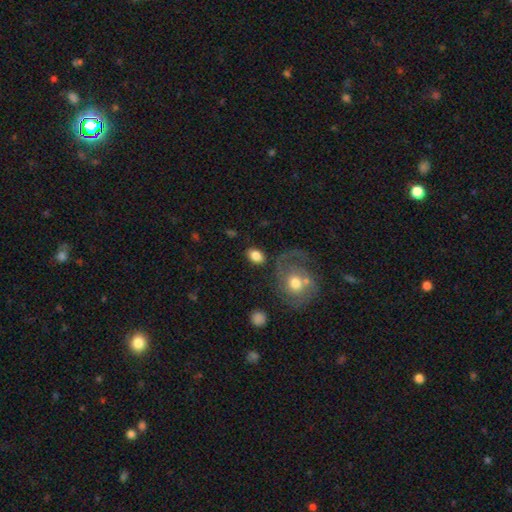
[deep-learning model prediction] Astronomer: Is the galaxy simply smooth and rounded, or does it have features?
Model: smooth — 78%.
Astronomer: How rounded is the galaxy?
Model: in between — 78%.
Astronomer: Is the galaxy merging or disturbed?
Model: none — 72%.